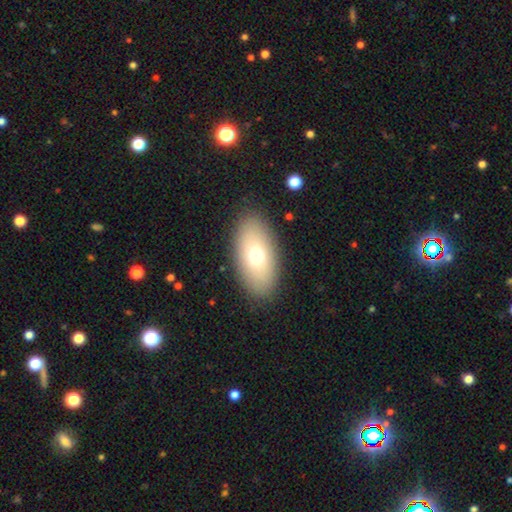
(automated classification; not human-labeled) A smooth galaxy with no disk features (68%) that is in between round and cigar-shaped (89%).

Vote fractions:
- Smooth or featured? smooth: 68% / featured or disk: 22% / star or artifact: 10%
- How rounded? in between: 89% / round: 7% / cigar-shaped: 4%
- Merging? none: 87% / minor disturbance: 8% / major disturbance: 4% / merger: 1%